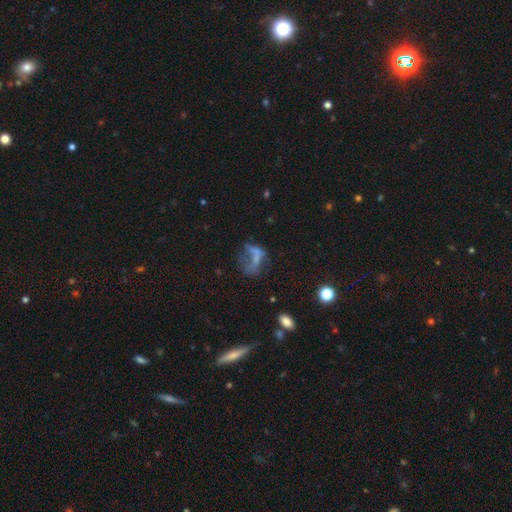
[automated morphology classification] Smooth or featured?
  - featured or disk: 43% *
  - smooth: 38%
  - star or artifact: 18%
Merging?
  - major disturbance: 47% *
  - none: 26%
  - minor disturbance: 16%
  - merger: 11%